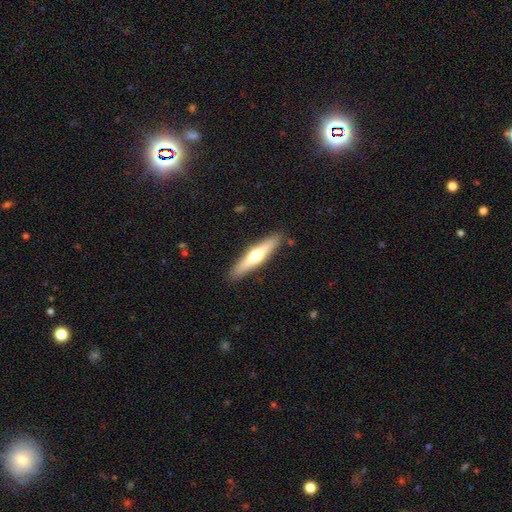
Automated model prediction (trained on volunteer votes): A featured or disk galaxy (50%).

Vote fractions:
- Smooth or featured? featured or disk: 50% / smooth: 45% / star or artifact: 5%
- Merging? none: 89% / minor disturbance: 8% / major disturbance: 2% / merger: 1%